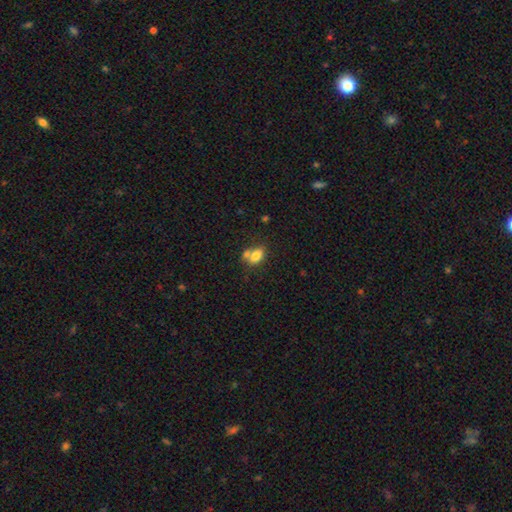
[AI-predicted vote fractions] Overall: smooth (78%). How rounded: in between (82%). Merging: none (42%; merger 40%).